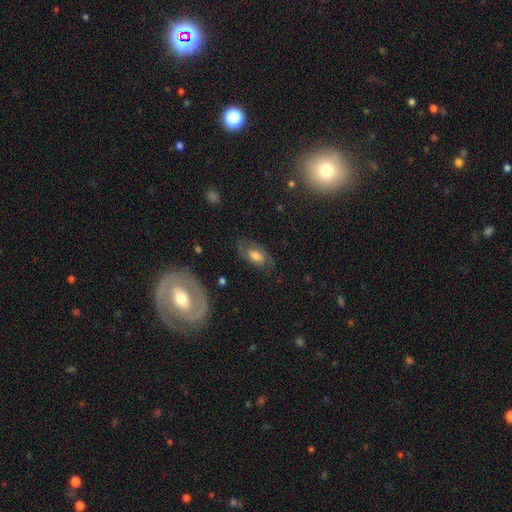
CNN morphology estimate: The model was most divided on "bar": no: 56%, weak: 35%, strong: 9%. More confident: edge-on disk — no (90%); spiral arms — yes (78%); merging — none (72%); smooth or featured — featured or disk (58%); bulge size — moderate (52%).